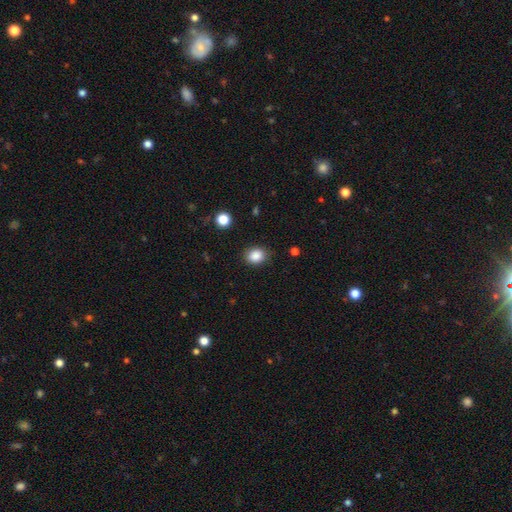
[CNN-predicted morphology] type=smooth (87%); roundness=round (53%); merging=none (84%).